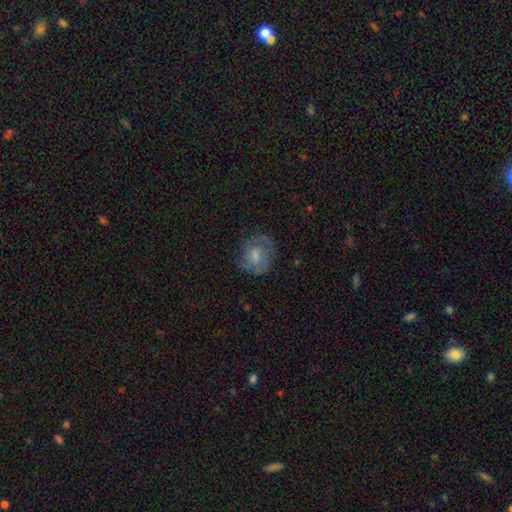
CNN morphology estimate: featured or disk 51%, smooth 41%, star or artifact 8%. Down the decision tree: edge-on disk — no (97%); merging — none (66%).